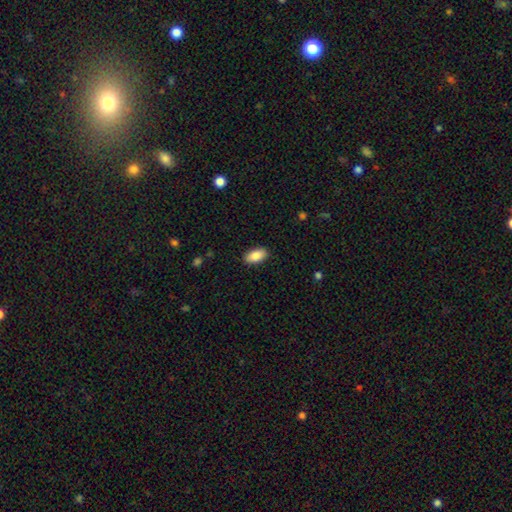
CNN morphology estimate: Smooth or featured: smooth — 88% (star or artifact — 7%)
How rounded: in between — 93% (cigar-shaped — 4%)
Merging: none — 89% (minor disturbance — 8%)